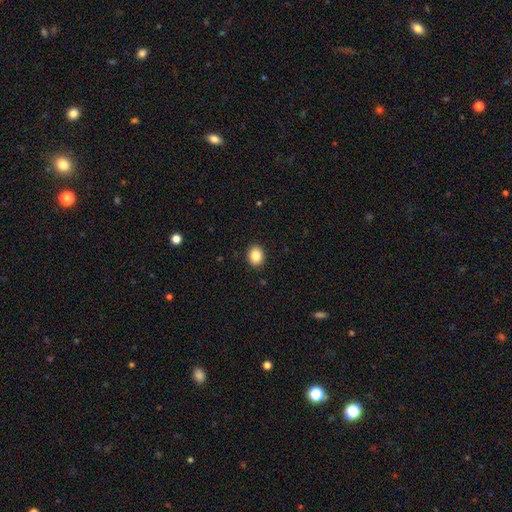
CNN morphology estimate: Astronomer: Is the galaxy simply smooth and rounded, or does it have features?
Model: smooth — 85%.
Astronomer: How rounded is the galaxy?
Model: in between — 50% (runner-up: round, 49%).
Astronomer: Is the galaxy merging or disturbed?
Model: none — 91%.